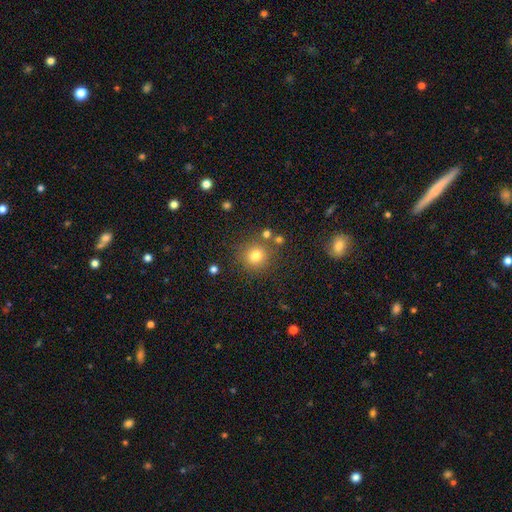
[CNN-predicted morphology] Smooth or featured? smooth (79%)
How rounded? round (91%)
Merging? none (80%)